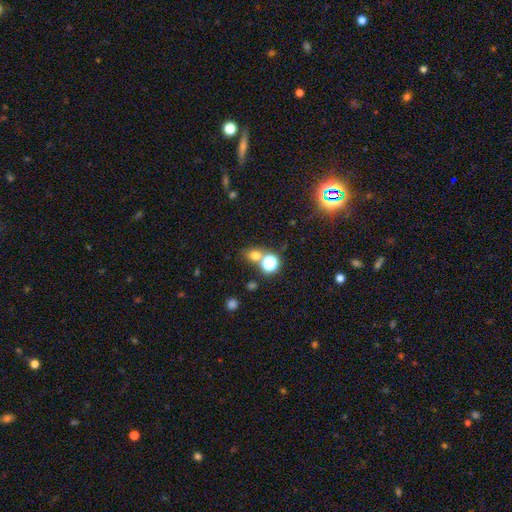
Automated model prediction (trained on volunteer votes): Smooth or featured? smooth (67%)
How rounded? round (68%)
Merging? none (63%)